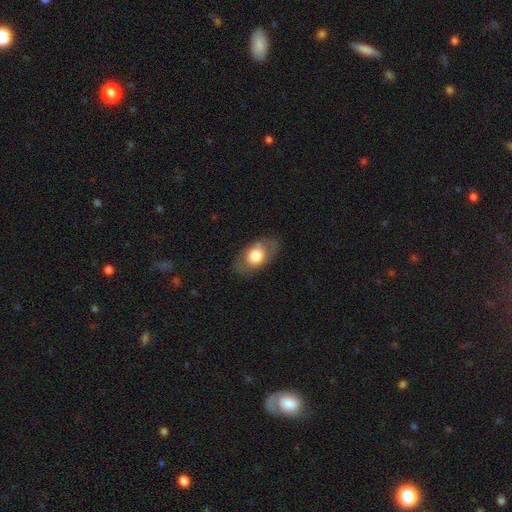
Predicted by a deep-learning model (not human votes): Morphology: type=smooth (65%); roundness=in between (85%); merging=none (77%).